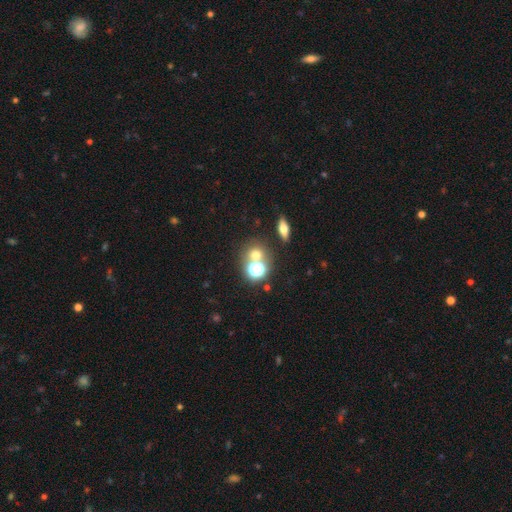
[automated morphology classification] Q: Smooth or featured?
A: smooth (59%); runner-up: star or artifact (30%)
Q: How rounded?
A: round (82%); runner-up: in between (16%)
Q: Merging?
A: none (62%); runner-up: merger (26%)